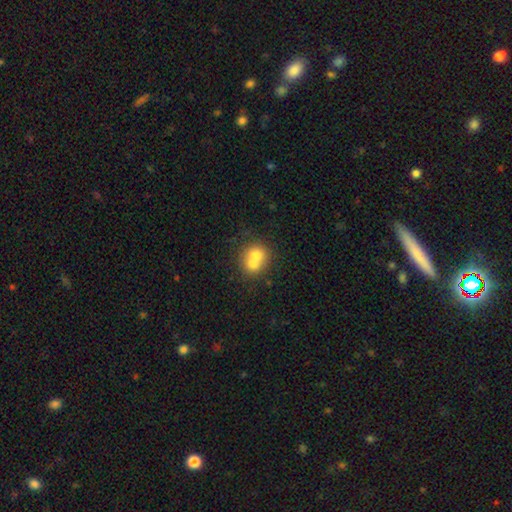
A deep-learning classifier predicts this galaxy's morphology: smooth 66%, featured or disk 24%, star or artifact 10%. Down the decision tree: how rounded — round (78%); merging — merger (64%).